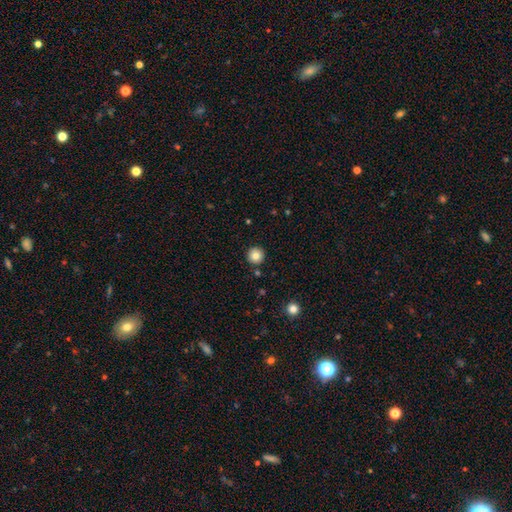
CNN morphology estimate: smooth 82%, star or artifact 10%, featured or disk 8%. Down the decision tree: how rounded — round (96%); merging — none (92%).